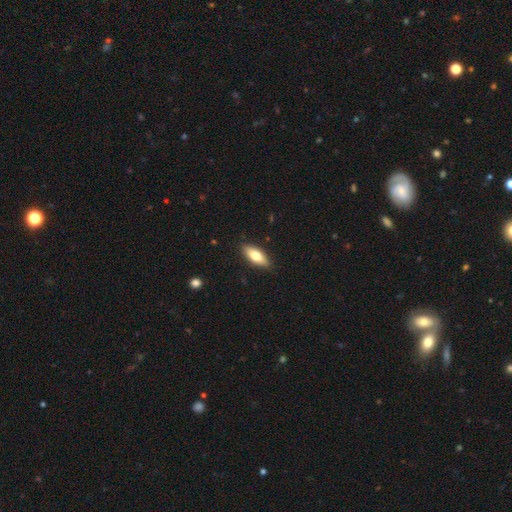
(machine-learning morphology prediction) Q: Smooth or featured?
A: smooth (73%); runner-up: featured or disk (21%)
Q: How rounded?
A: in between (74%); runner-up: cigar-shaped (24%)
Q: Merging?
A: none (88%); runner-up: minor disturbance (9%)